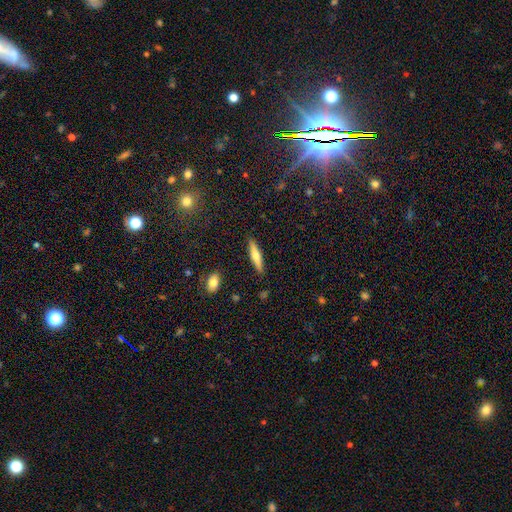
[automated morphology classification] A smooth galaxy with no disk features (50%).

Vote fractions:
- Smooth or featured? smooth: 50% / featured or disk: 43% / star or artifact: 7%
- Merging? none: 88% / minor disturbance: 8% / major disturbance: 2% / merger: 2%